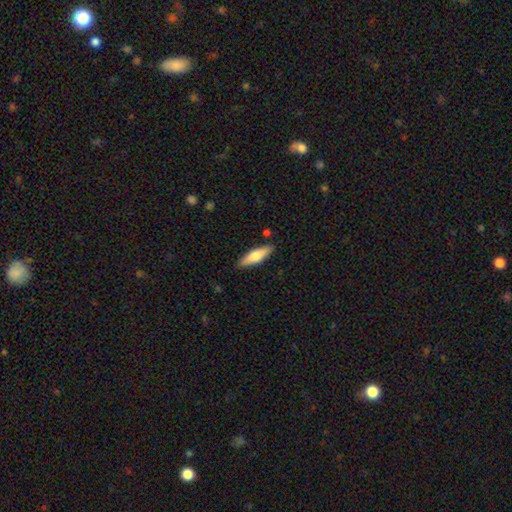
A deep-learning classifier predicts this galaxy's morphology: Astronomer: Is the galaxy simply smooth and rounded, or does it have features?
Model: smooth — 67%.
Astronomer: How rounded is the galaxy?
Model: cigar-shaped — 54% (runner-up: in between, 45%).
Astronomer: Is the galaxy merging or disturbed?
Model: none — 86%.